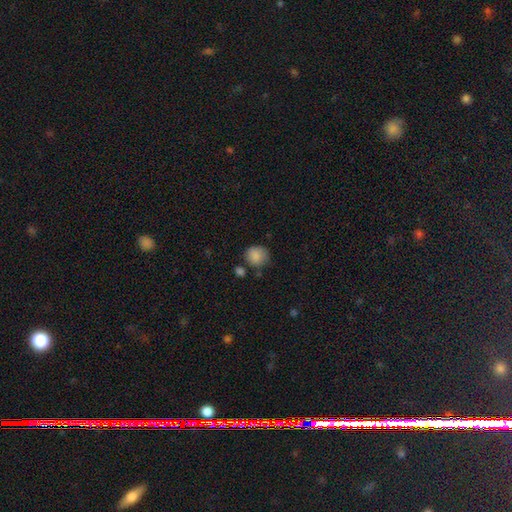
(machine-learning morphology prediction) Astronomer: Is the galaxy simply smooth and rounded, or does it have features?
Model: smooth — 87%.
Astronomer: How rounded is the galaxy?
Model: round — 83%.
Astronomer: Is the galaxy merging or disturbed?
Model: none — 68%.